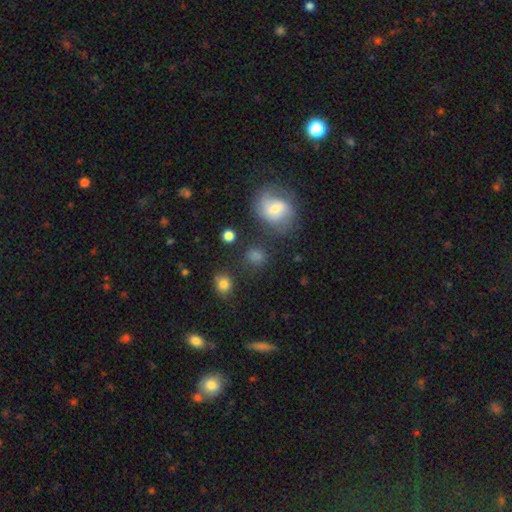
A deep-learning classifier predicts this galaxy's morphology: This is likely a smooth galaxy (63%). How rounded: likely round (69%). Merging: likely none (72%).